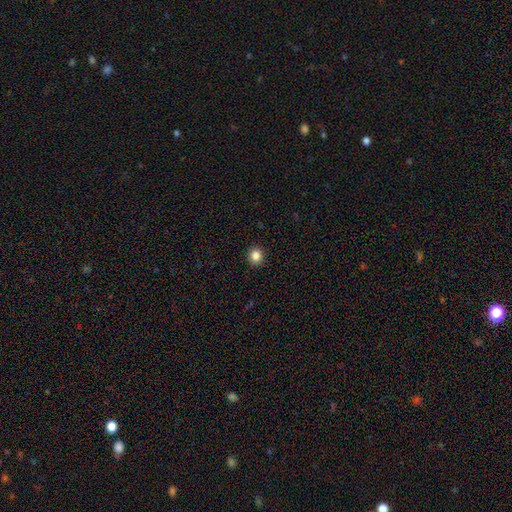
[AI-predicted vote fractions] The model was most divided on "how rounded": round: 84%, in between: 15%, cigar-shaped: 1%. More confident: merging — none (92%); smooth or featured — smooth (84%).